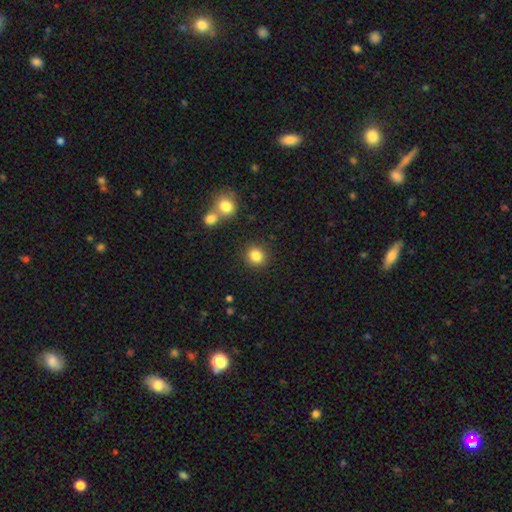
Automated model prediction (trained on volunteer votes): smooth 84%, star or artifact 11%, featured or disk 5%. Down the decision tree: how rounded — round (84%); merging — none (86%).